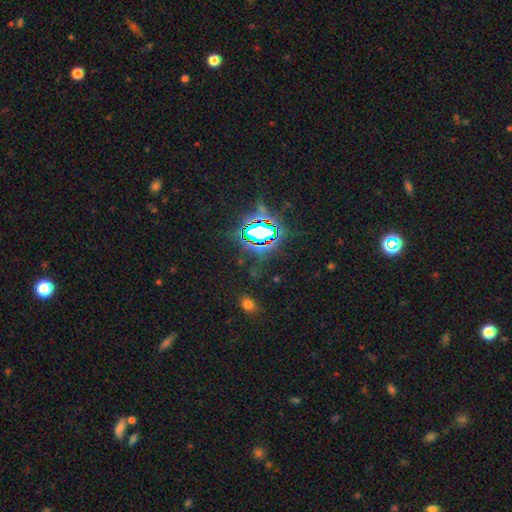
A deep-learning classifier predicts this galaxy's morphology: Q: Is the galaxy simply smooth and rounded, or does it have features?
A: star or artifact — 82%.